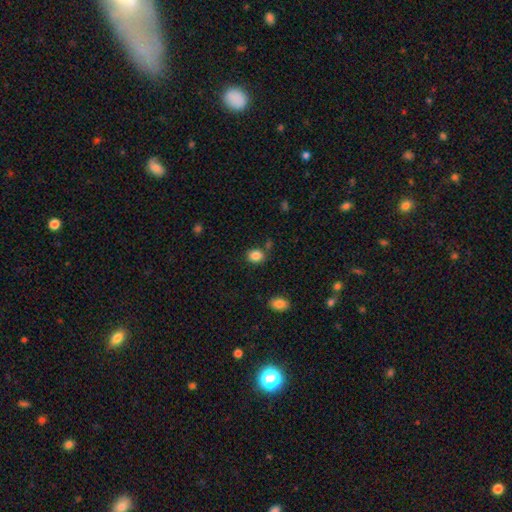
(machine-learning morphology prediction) smooth 86%, star or artifact 10%, featured or disk 5%. Down the decision tree: how rounded — round (59%); merging — none (77%).